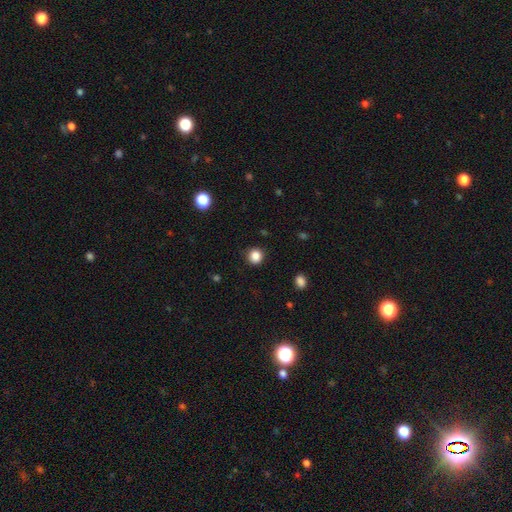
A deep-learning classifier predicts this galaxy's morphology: A smooth galaxy with no disk features (85%) that is round (90%).

Vote fractions:
- Smooth or featured? smooth: 85% / star or artifact: 11% / featured or disk: 3%
- How rounded? round: 90% / in between: 9% / cigar-shaped: 1%
- Merging? none: 89% / minor disturbance: 7% / major disturbance: 2% / merger: 1%